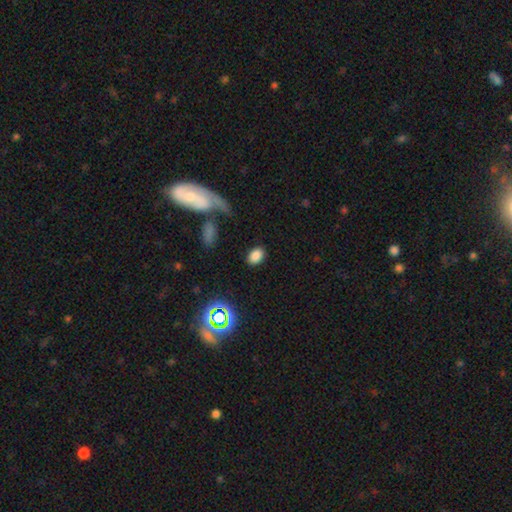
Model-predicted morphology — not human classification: Q: Smooth or featured?
A: smooth (82%); runner-up: star or artifact (11%)
Q: How rounded?
A: in between (82%); runner-up: round (16%)
Q: Merging?
A: none (83%); runner-up: minor disturbance (9%)